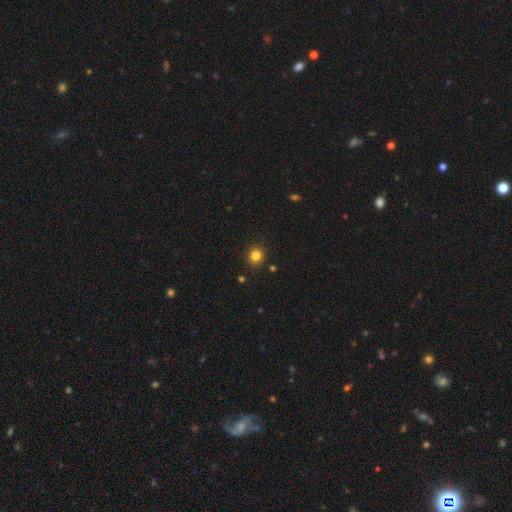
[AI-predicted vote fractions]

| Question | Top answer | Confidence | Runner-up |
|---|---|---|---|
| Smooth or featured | smooth | 83% | star or artifact (12%) |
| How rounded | round | 78% | in between (22%) |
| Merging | none | 90% | minor disturbance (7%) |